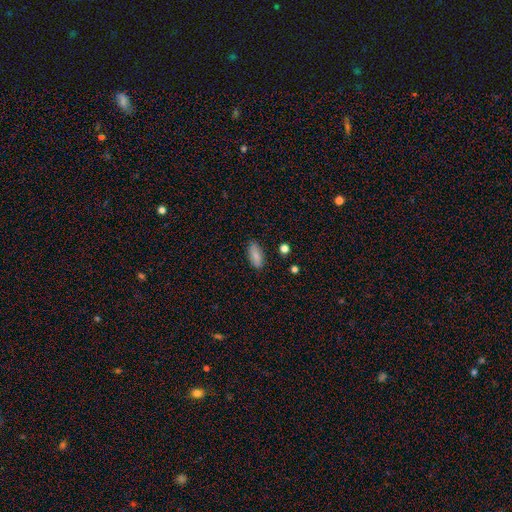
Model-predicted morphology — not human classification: smooth_or_featured: smooth (p=0.83) [alt: featured or disk p=0.10]
how_rounded: in between (p=0.87) [alt: cigar-shaped p=0.10]
merging: none (p=0.85) [alt: minor disturbance p=0.11]